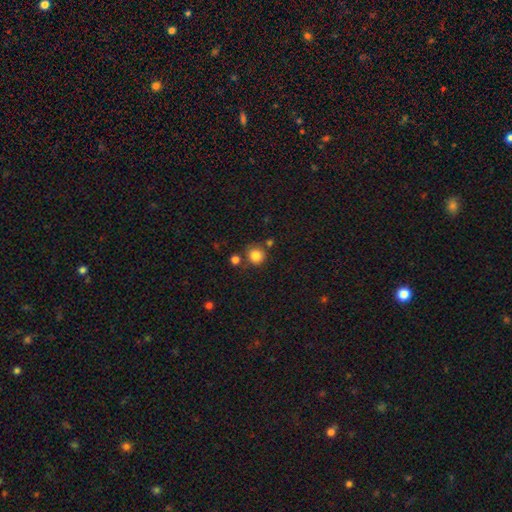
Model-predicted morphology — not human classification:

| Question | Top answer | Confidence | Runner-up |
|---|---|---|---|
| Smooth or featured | smooth | 84% | star or artifact (11%) |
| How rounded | round | 92% | in between (7%) |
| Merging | none | 75% | merger (11%) |